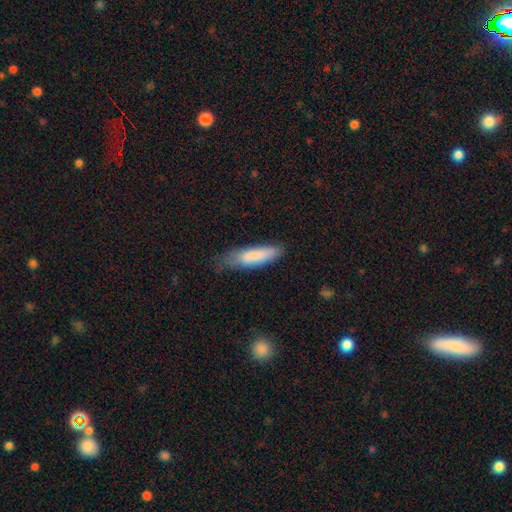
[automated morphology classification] A smooth galaxy with no disk features (83%) that is cigar-shaped (60%). Merging: none (58%).